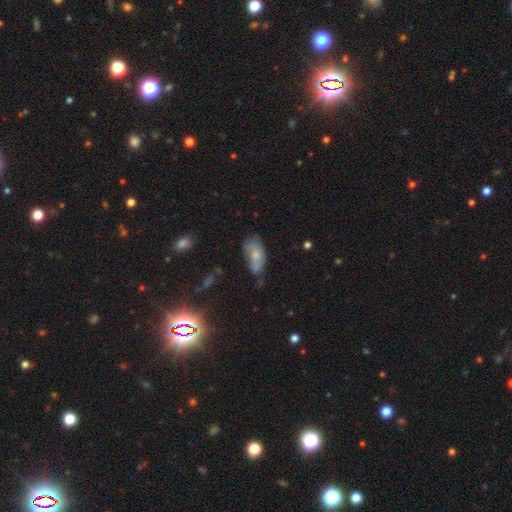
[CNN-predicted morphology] Q: Smooth or featured?
A: smooth (61%); runner-up: featured or disk (29%)
Q: How rounded?
A: in between (89%); runner-up: cigar-shaped (7%)
Q: Merging?
A: none (39%); runner-up: minor disturbance (35%)